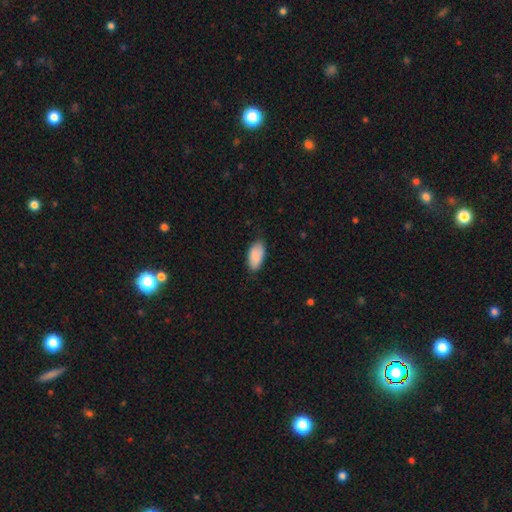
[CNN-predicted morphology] The model was most divided on "merging": none: 75%, minor disturbance: 20%, major disturbance: 3%, merger: 1%. More confident: how rounded — in between (94%); smooth or featured — smooth (88%).